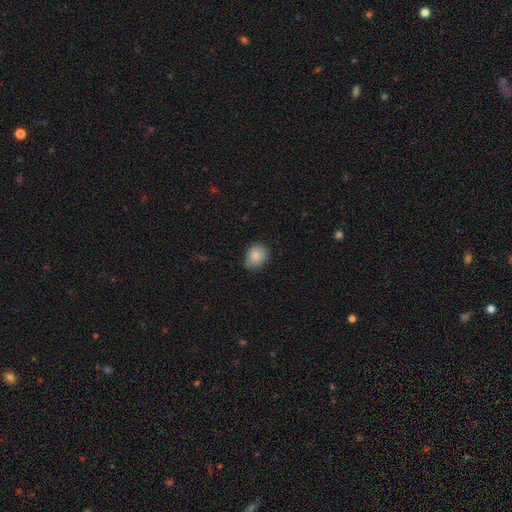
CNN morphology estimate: Smooth or featured? smooth (86%)
How rounded? round (50%)
Merging? none (70%)